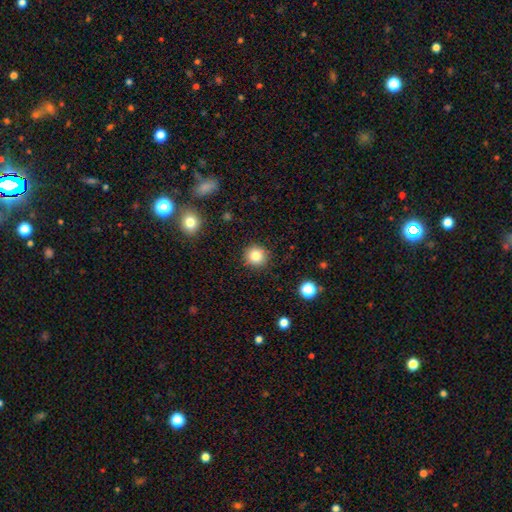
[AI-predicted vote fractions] A smooth galaxy with no disk features (82%) that is round (91%). Merging: none (89%).